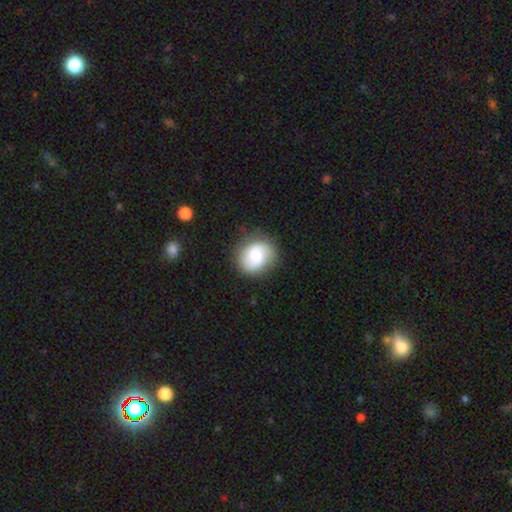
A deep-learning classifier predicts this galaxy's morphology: Overall: smooth (59%; featured or disk 33%). How rounded: round (72%). Merging: none (81%).